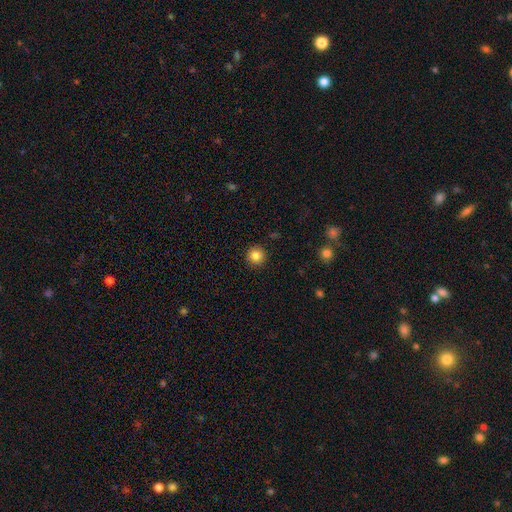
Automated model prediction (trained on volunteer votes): smooth_or_featured: smooth (p=0.85) [alt: star or artifact p=0.11]
how_rounded: round (p=0.95) [alt: in between p=0.04]
merging: none (p=0.92) [alt: minor disturbance p=0.05]